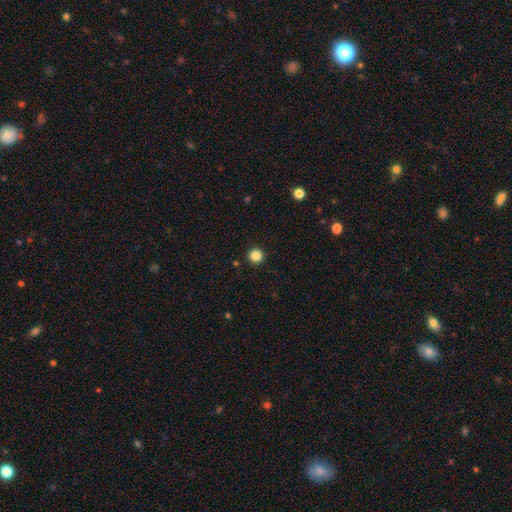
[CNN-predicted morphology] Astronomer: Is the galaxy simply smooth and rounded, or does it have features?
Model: smooth — 86%.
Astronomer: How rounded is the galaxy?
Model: round — 96%.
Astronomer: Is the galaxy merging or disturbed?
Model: none — 92%.